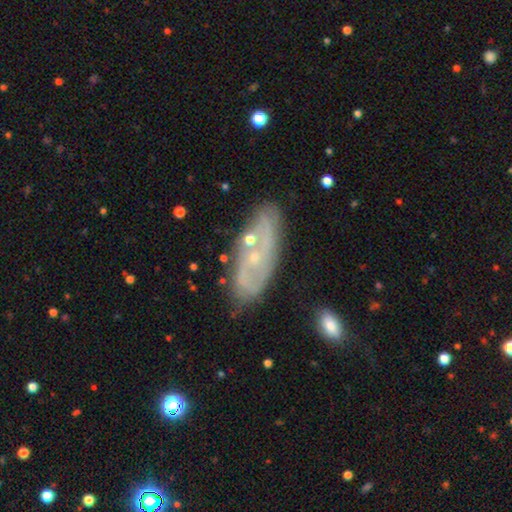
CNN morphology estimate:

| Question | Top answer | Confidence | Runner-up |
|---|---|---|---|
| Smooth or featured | featured or disk | 72% | smooth (20%) |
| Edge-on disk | no | 86% | yes (14%) |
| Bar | no | 66% | weak (27%) |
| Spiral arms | yes | 77% | no (23%) |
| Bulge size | small | 80% | moderate (15%) |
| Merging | none | 76% | minor disturbance (15%) |